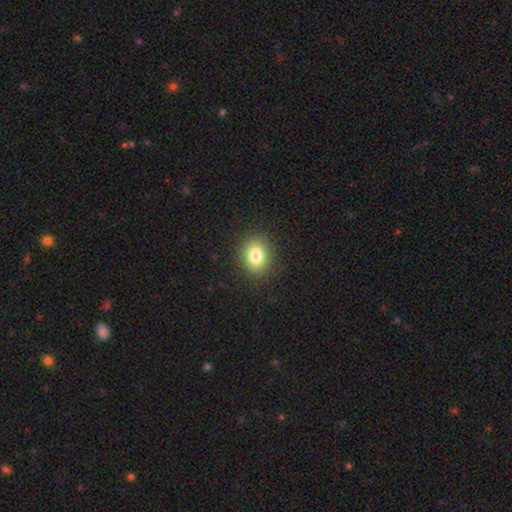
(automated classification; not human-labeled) Morphology: type=smooth (81%); roundness=round (50%); merging=none (89%).